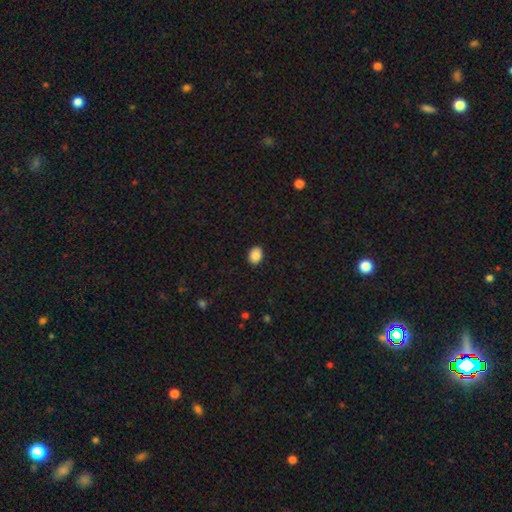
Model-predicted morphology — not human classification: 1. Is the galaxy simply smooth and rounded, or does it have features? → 87% smooth, 8% star or artifact, 5% featured or disk.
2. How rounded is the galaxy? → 68% in between, 31% round, 1% cigar-shaped.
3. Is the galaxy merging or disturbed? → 90% none, 7% minor disturbance, 2% major disturbance, 1% merger.